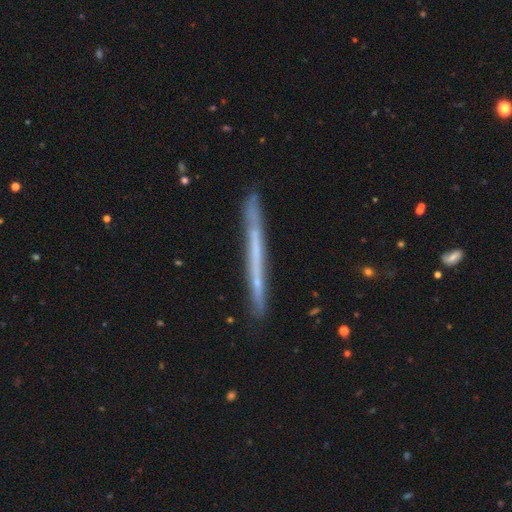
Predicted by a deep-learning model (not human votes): This is possibly a featured or disk galaxy (53%). It is clearly viewed edge-on (94%). Edge-on bulge: clearly none (93%). Merging: clearly none (86%).